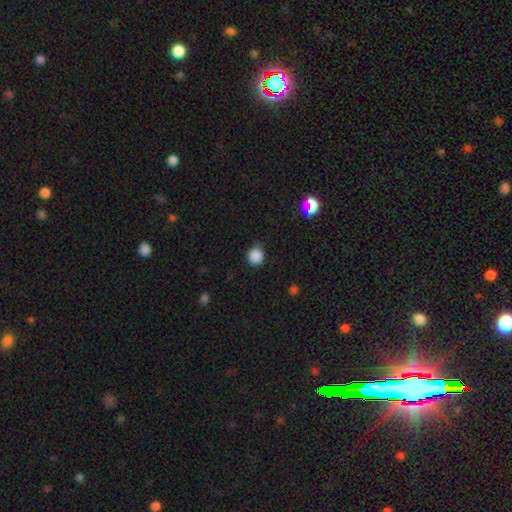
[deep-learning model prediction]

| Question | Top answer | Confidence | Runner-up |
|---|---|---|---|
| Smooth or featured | smooth | 86% | star or artifact (11%) |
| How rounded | round | 82% | in between (18%) |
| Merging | none | 81% | minor disturbance (15%) |